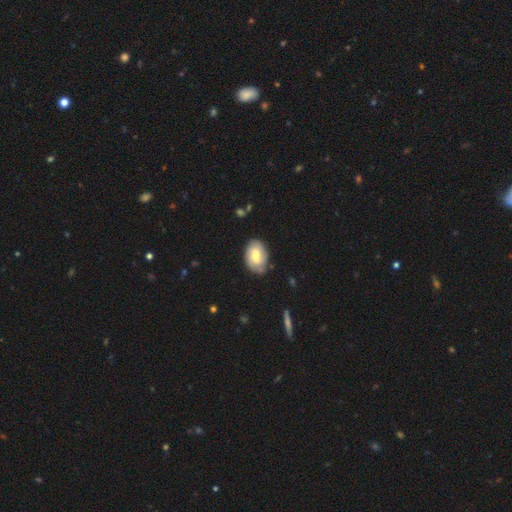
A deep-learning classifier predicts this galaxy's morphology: This appears to be a featured or disk galaxy (49%). Merging: none (75%).